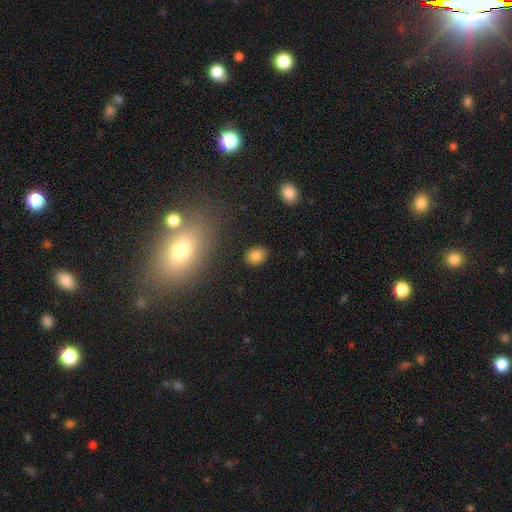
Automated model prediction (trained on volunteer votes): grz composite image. It shows a smooth galaxy with no disk features (83%) that is round (51%). Merging: none (87%).